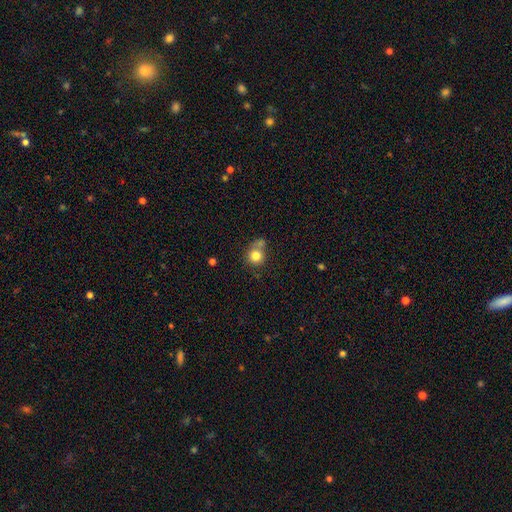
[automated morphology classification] smooth-or-featured: smooth: 80% | star or artifact: 10% | featured or disk: 10%
  how-rounded: round: 84% | in between: 15% | cigar-shaped: 1%
  merging: none: 49% | merger: 24% | minor disturbance: 18% | major disturbance: 9%